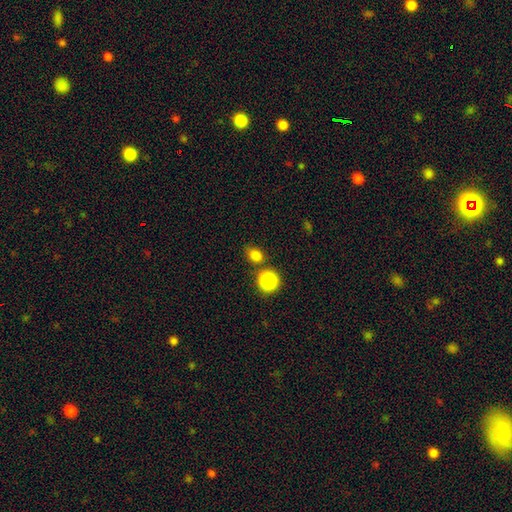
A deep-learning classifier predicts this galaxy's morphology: Smooth or featured? Predicted: smooth (p=0.79). How rounded? Predicted: round (p=0.52). Merging? Predicted: none (p=0.69).